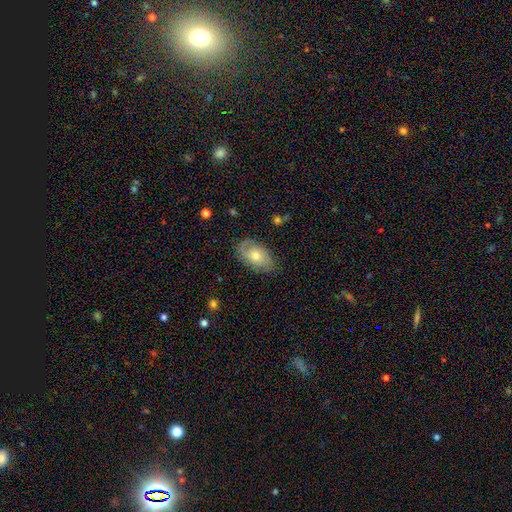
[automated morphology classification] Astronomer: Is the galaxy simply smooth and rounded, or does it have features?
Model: featured or disk — 57% (runner-up: smooth, 35%).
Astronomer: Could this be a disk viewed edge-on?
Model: no — 93%.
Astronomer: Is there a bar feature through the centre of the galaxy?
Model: no — 78%.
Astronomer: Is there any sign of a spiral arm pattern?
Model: yes — 81%.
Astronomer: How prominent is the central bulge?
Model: moderate — 59% (runner-up: small, 35%).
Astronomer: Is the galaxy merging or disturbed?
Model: none — 76%.